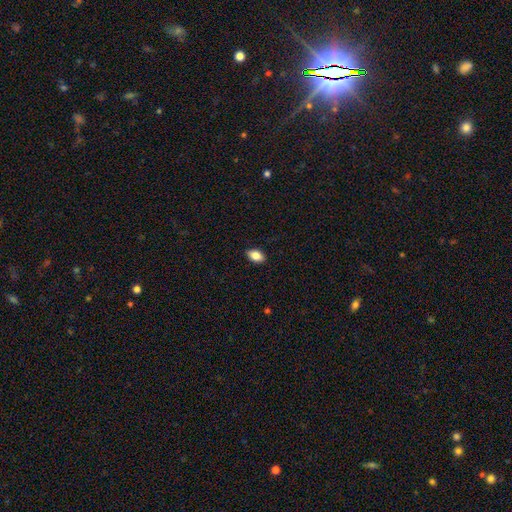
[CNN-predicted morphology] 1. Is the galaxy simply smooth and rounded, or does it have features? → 84% smooth, 8% star or artifact, 8% featured or disk.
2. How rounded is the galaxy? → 87% in between, 11% round, 2% cigar-shaped.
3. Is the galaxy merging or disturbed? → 88% none, 9% minor disturbance, 2% major disturbance, 1% merger.